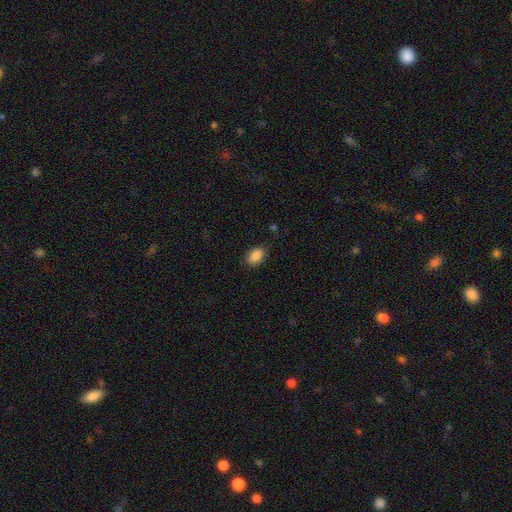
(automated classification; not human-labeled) A smooth galaxy with no disk features (88%) that is in between round and cigar-shaped (89%).

Vote fractions:
- Smooth or featured? smooth: 88% / star or artifact: 8% / featured or disk: 4%
- How rounded? in between: 89% / round: 10% / cigar-shaped: 2%
- Merging? none: 82% / minor disturbance: 14% / major disturbance: 3% / merger: 1%